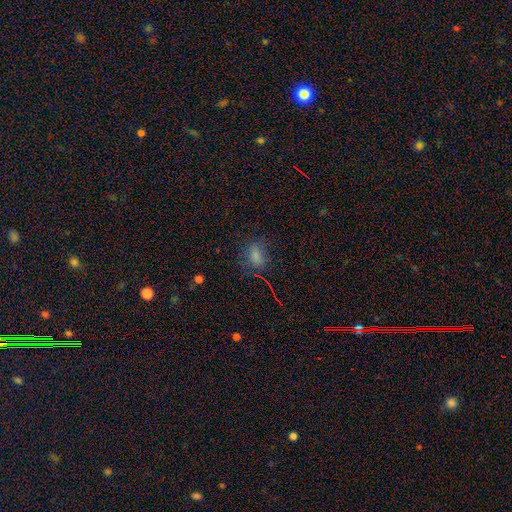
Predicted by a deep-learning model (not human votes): Smooth or featured: smooth — 67% (star or artifact — 23%)
How rounded: in between — 72% (round — 24%)
Merging: none — 69% (minor disturbance — 19%)